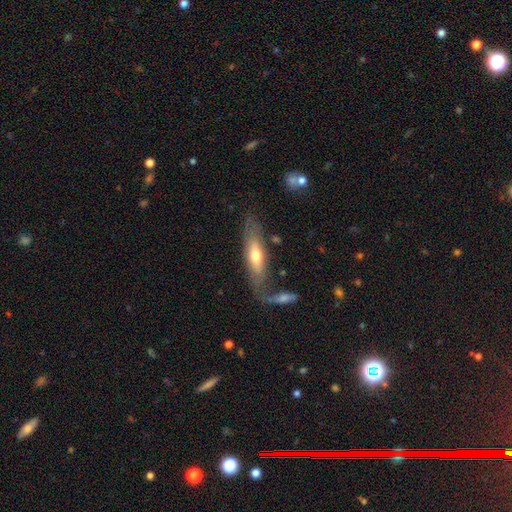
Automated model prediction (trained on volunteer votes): smooth_or_featured: featured or disk (p=0.48) [alt: smooth p=0.46]
merging: none (p=0.61) [alt: minor disturbance p=0.18]